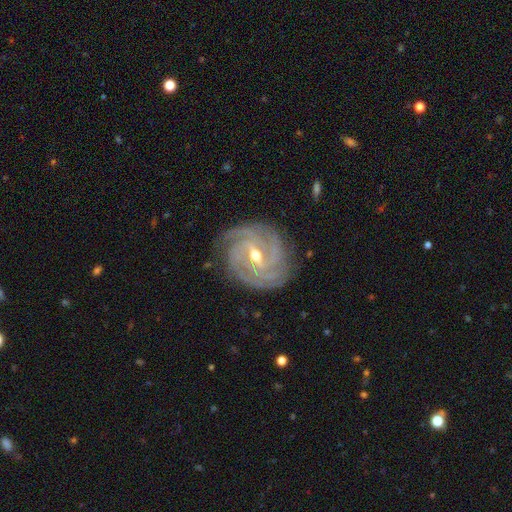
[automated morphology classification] Smooth or featured? Predicted: featured or disk (p=0.92). Edge-on disk? Predicted: no (p=0.97). Bar? Predicted: weak (p=0.48). Spiral arms? Predicted: yes (p=0.98). Spiral winding? Predicted: tight (p=0.78). Spiral arm count? Predicted: 4 (p=0.36). Bulge size? Predicted: moderate (p=0.57). Merging? Predicted: none (p=0.83).